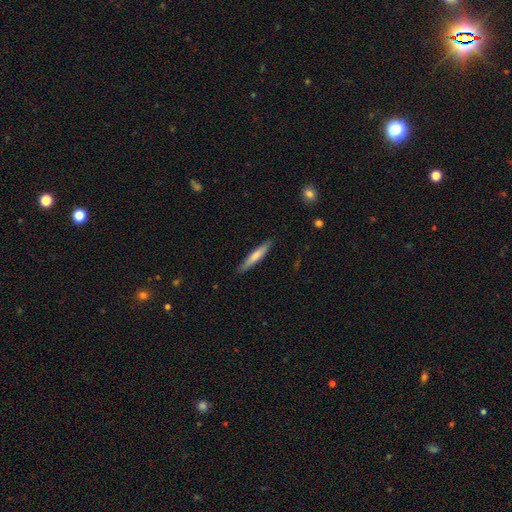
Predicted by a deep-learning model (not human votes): Q: Smooth or featured?
A: smooth (69%); runner-up: featured or disk (26%)
Q: How rounded?
A: cigar-shaped (92%); runner-up: in between (7%)
Q: Merging?
A: none (88%); runner-up: minor disturbance (9%)